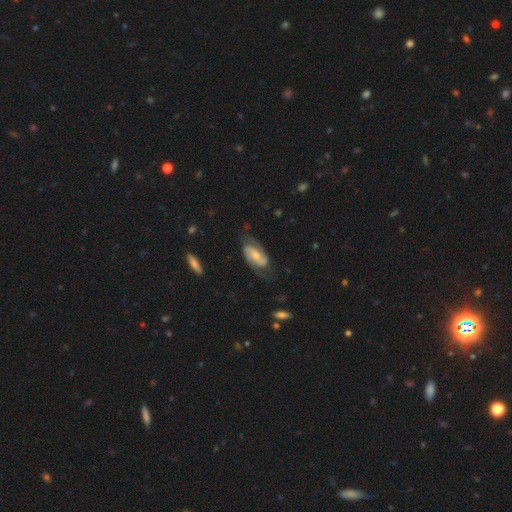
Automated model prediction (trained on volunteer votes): Overall: featured or disk (78%). Edge-on disk: no (95%). Bar: no (45%; weak 39%). Spiral arms: yes (94%). Spiral arm count: 2 (88%). Spiral winding: medium (47%; tight 28%). Bulge size: moderate (49%; small 41%). Merging: none (67%).